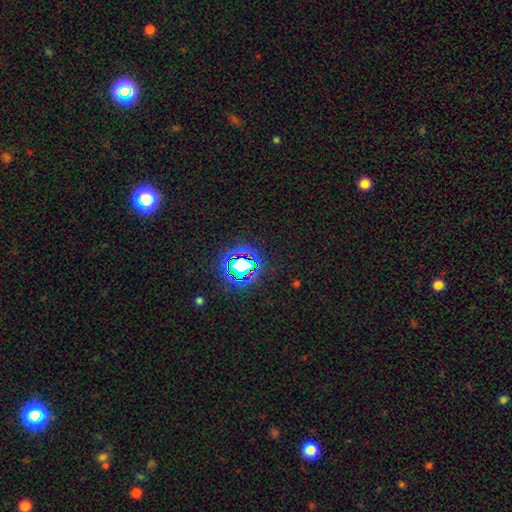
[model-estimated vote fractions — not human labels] The model was most divided on "smooth or featured": star or artifact: 74%, smooth: 18%, featured or disk: 8%.